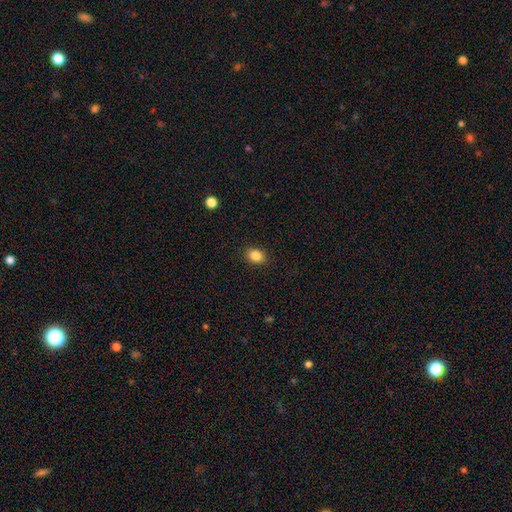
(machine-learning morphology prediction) smooth 85%, star or artifact 10%, featured or disk 5%. Down the decision tree: how rounded — in between (68%); merging — none (89%).